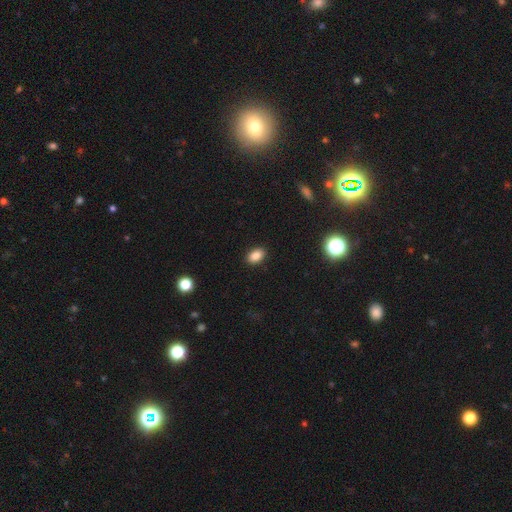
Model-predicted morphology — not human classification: A smooth galaxy with no disk features (86%) that is in between round and cigar-shaped (86%). Merging: none (89%).